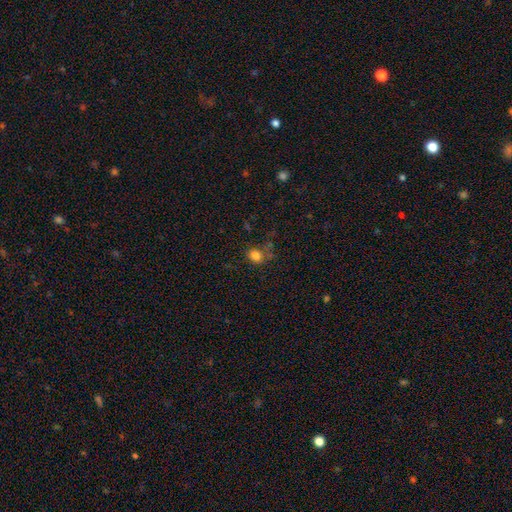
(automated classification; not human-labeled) Smooth or featured? smooth (80%)
How rounded? round (57%)
Merging? none (65%)